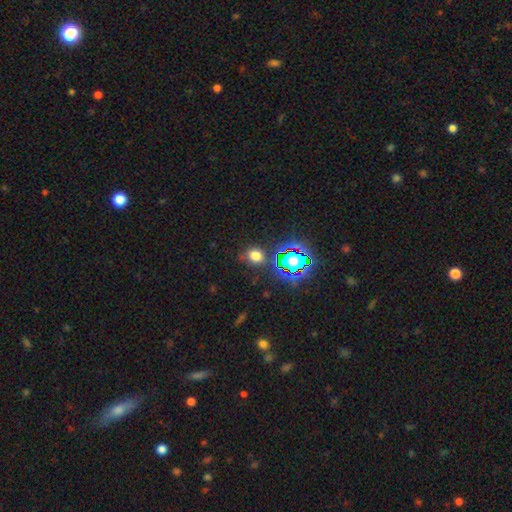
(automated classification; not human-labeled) Overall: smooth (65%; star or artifact 28%). How rounded: round (61%; in between 38%). Merging: none (80%).